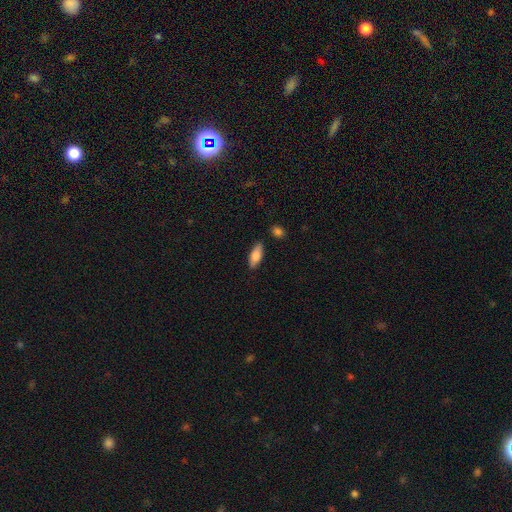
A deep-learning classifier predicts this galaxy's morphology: Smooth or featured? smooth (79%)
How rounded? in between (75%)
Merging? none (85%)